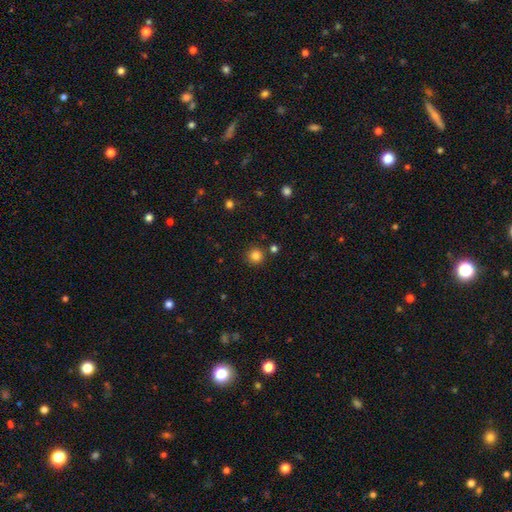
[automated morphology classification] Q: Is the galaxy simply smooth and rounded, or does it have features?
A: smooth — 83%.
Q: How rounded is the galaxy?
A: round — 94%.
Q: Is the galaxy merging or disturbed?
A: none — 85%.